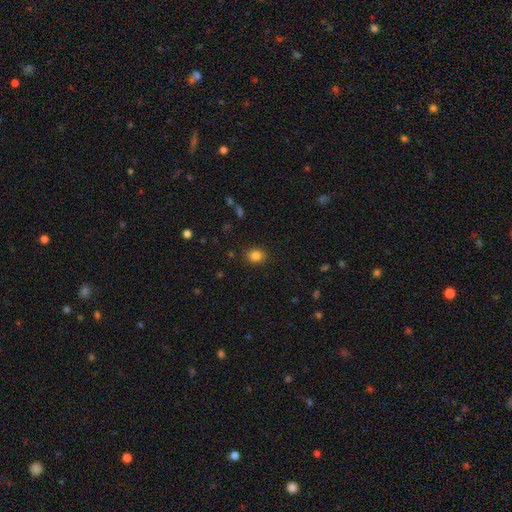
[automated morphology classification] The model was most divided on "how rounded": round: 56%, in between: 43%, cigar-shaped: 1%. More confident: merging — none (88%); smooth or featured — smooth (83%).